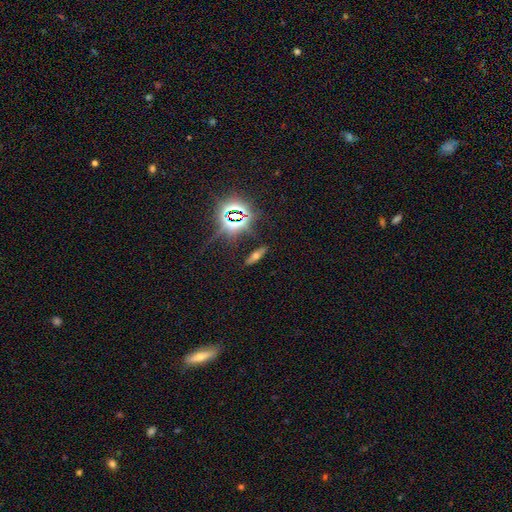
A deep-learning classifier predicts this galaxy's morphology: Overall: smooth (41%; star or artifact 31%). Merging: none (84%).